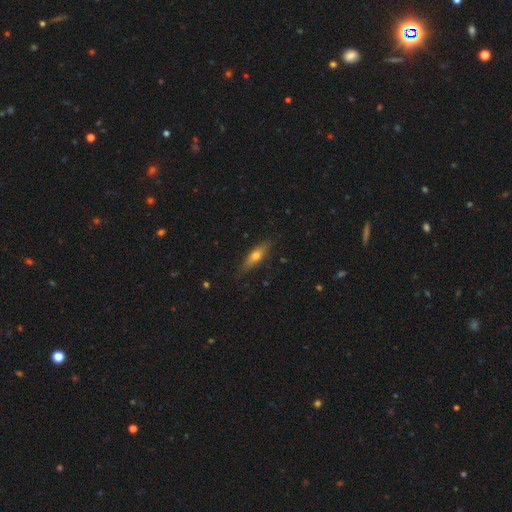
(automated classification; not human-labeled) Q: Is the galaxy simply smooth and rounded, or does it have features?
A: smooth — 52%.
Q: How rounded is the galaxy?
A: cigar-shaped — 66%.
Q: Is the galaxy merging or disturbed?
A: none — 84%.